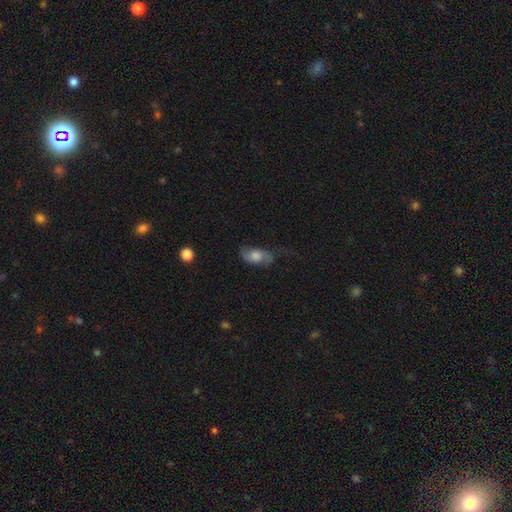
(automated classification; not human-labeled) A smooth galaxy with no disk features (46%).

Vote fractions:
- Smooth or featured? smooth: 46% / featured or disk: 45% / star or artifact: 9%
- Merging? none: 51% / minor disturbance: 26% / major disturbance: 20% / merger: 2%